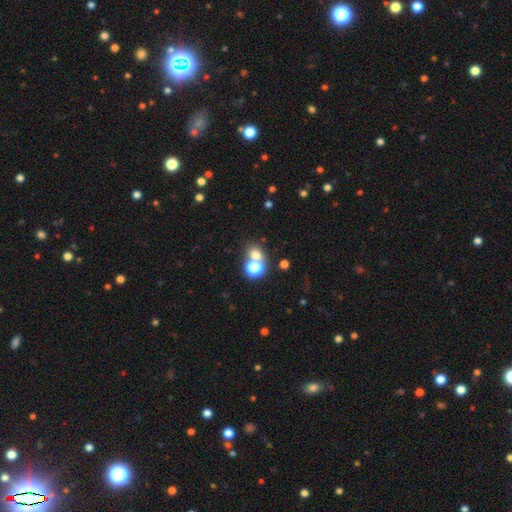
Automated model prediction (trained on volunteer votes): Overall: smooth (65%; star or artifact 26%). How rounded: round (73%). Merging: none (53%; merger 36%).